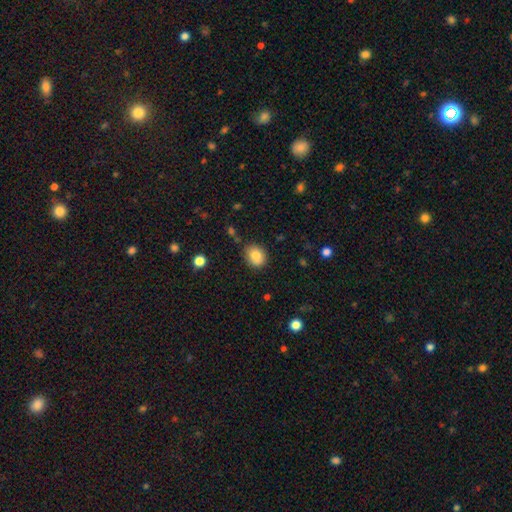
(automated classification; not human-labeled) This is clearly a smooth galaxy (82%). How rounded: likely round (65%). Merging: likely none (80%).